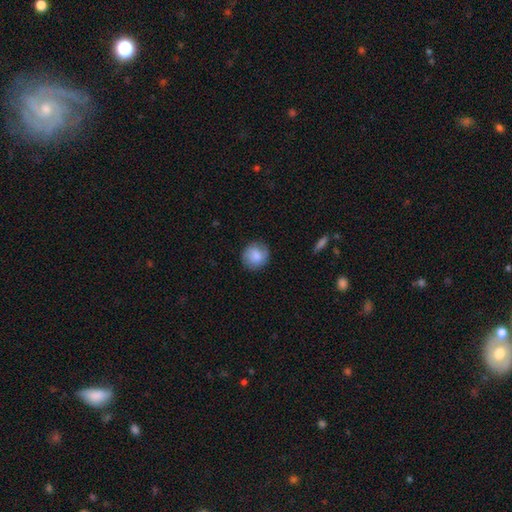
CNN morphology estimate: Smooth or featured? Predicted: smooth (p=0.84). How rounded? Predicted: round (p=0.89). Merging? Predicted: none (p=0.85).